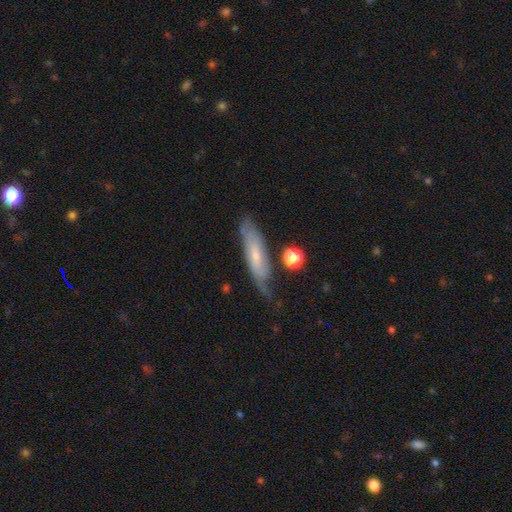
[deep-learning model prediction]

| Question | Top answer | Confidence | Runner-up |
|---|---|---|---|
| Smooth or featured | featured or disk | 49% | smooth (44%) |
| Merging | none | 57% | minor disturbance (27%) |